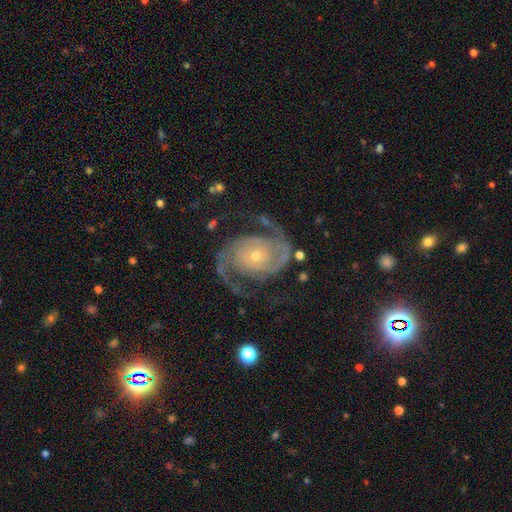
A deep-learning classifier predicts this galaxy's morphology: smooth_or_featured: featured or disk (p=0.93) [alt: star or artifact p=0.04]
disk_edge_on: no (p=0.98) [alt: yes p=0.02]
bar: no (p=0.74) [alt: weak p=0.18]
has_spiral_arms: yes (p=0.99) [alt: no p=0.01]
spiral_winding: medium (p=0.52) [alt: tight p=0.35]
spiral_arm_count: 2 (p=0.93) [alt: 3 p=0.02]
bulge_size: small (p=0.72) [alt: moderate p=0.24]
merging: none (p=0.76) [alt: minor disturbance p=0.14]